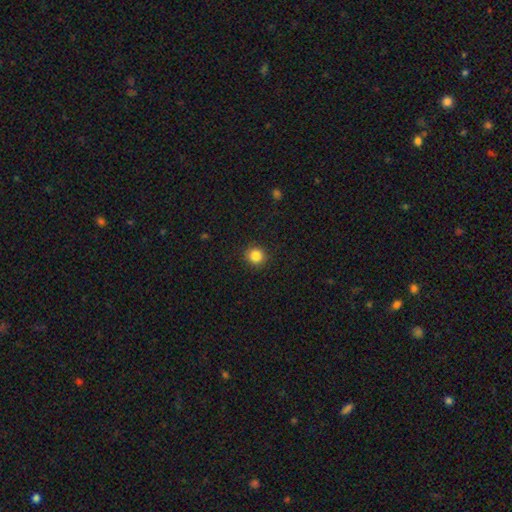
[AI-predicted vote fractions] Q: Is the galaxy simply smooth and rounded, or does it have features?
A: smooth — 85%.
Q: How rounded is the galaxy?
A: round — 91%.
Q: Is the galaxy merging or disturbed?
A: none — 91%.